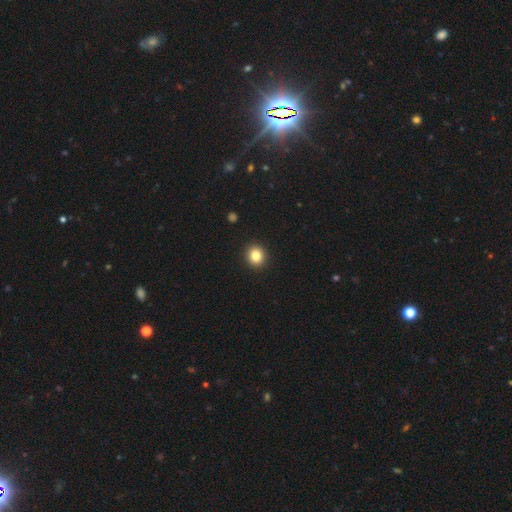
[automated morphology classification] smooth 83%, star or artifact 11%, featured or disk 6%. Down the decision tree: how rounded — round (84%); merging — none (93%).